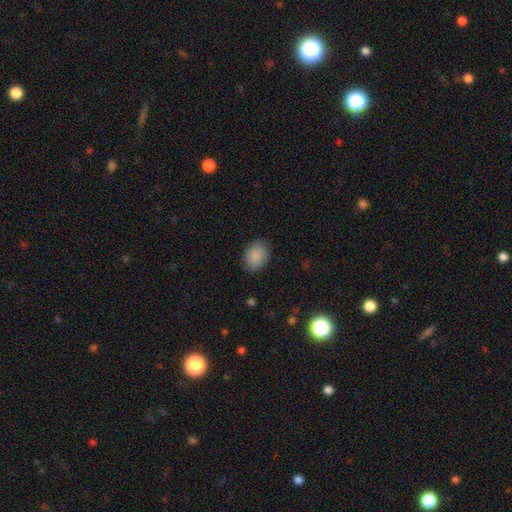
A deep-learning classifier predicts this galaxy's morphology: smooth-or-featured: smooth: 89% | star or artifact: 7% | featured or disk: 4%
  how-rounded: in between: 66% | round: 33% | cigar-shaped: 1%
  merging: none: 83% | minor disturbance: 13% | major disturbance: 3% | merger: 1%